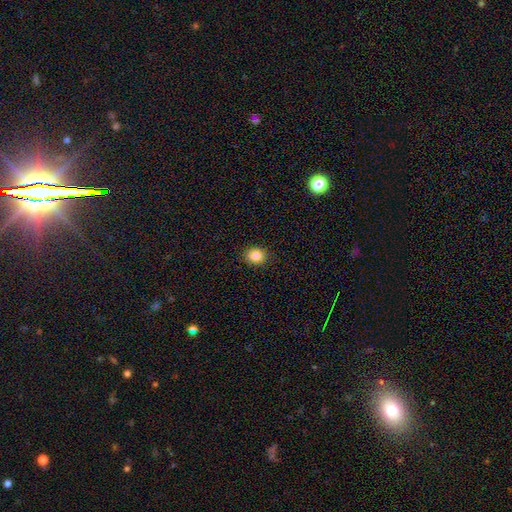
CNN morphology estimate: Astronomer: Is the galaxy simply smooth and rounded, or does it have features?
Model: smooth — 86%.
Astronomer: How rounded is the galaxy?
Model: round — 71%.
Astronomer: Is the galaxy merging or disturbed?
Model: none — 89%.